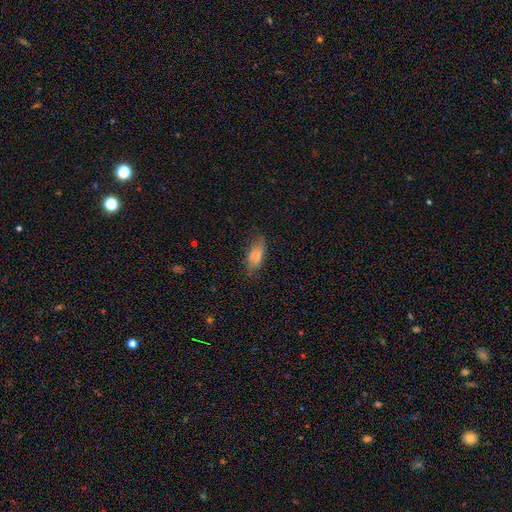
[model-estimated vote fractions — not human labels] This appears to be a smooth galaxy with no disk features (78%) that is in between round and cigar-shaped (82%). Merging: none (68%).